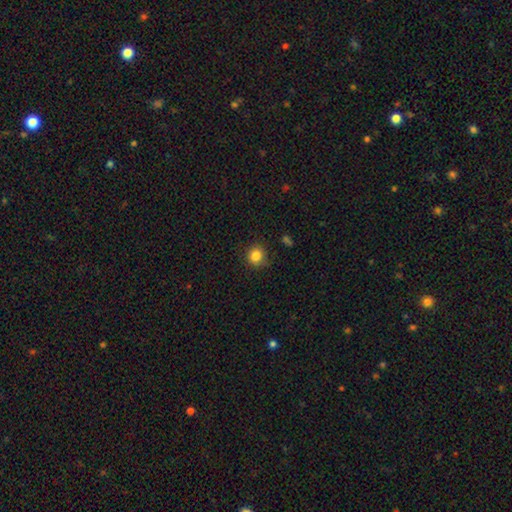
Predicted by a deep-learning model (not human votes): Smooth or featured: smooth — 84% (star or artifact — 11%)
How rounded: round — 89% (in between — 10%)
Merging: none — 83% (minor disturbance — 12%)